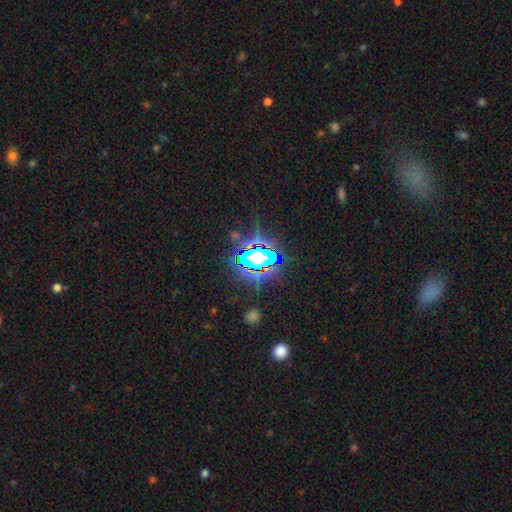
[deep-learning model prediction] Q: Smooth or featured?
A: star or artifact (81%); runner-up: smooth (12%)